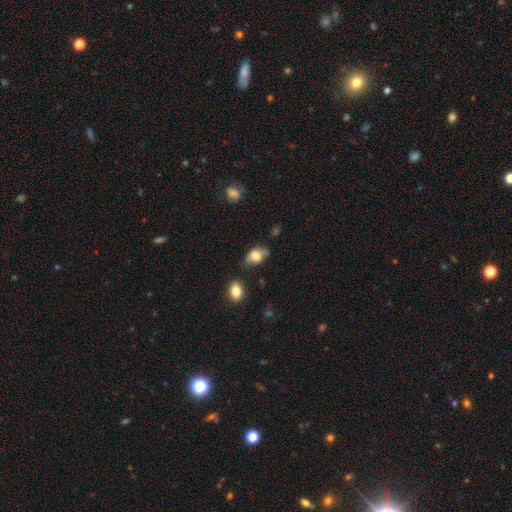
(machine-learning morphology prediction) This is likely a smooth galaxy (71%). How rounded: clearly in between (86%). Merging: possibly none (59%).